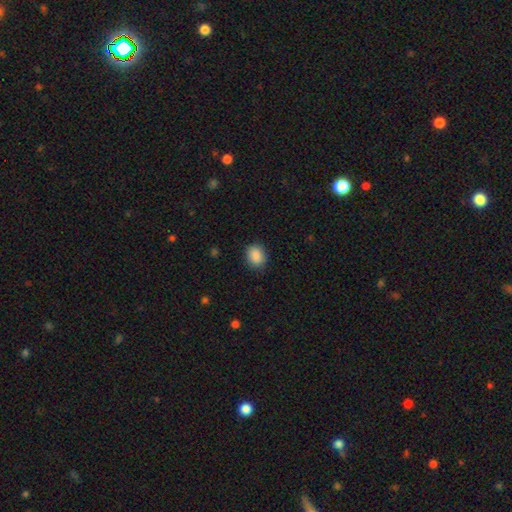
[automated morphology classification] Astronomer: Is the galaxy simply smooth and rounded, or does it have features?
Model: smooth — 89%.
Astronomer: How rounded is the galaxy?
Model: round — 52% (runner-up: in between, 47%).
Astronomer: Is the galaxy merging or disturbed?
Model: none — 85%.